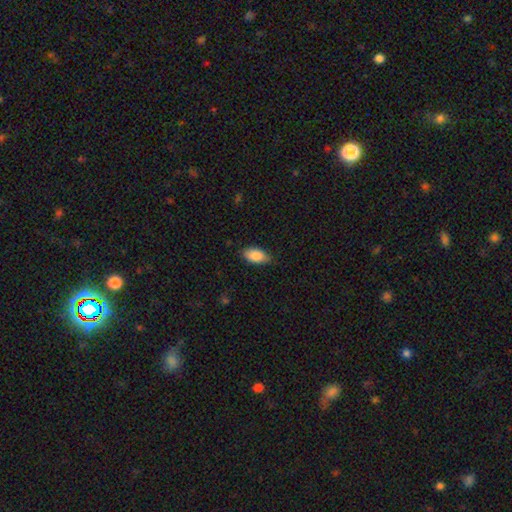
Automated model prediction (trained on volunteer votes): Smooth or featured? Predicted: smooth (p=0.88). How rounded? Predicted: in between (p=0.93). Merging? Predicted: none (p=0.81).